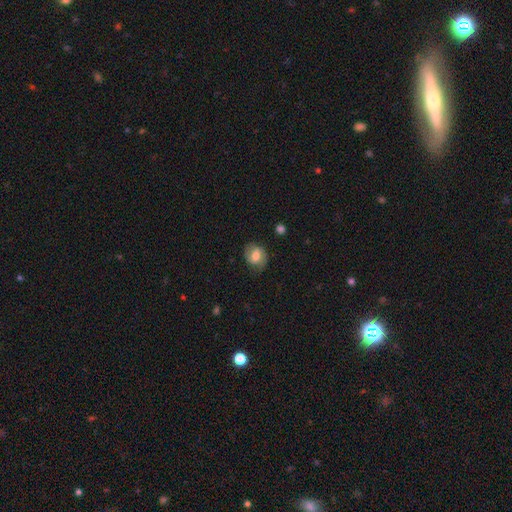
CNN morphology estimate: Smooth or featured?
  - featured or disk: 48% *
  - smooth: 44%
  - star or artifact: 8%
Merging?
  - none: 69% *
  - minor disturbance: 21%
  - major disturbance: 8%
  - merger: 1%